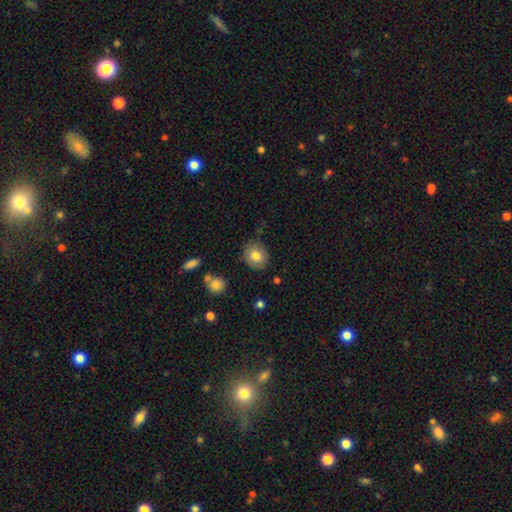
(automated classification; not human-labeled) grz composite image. It shows a smooth galaxy with no disk features (79%) that is round (64%). Merging: none (79%).